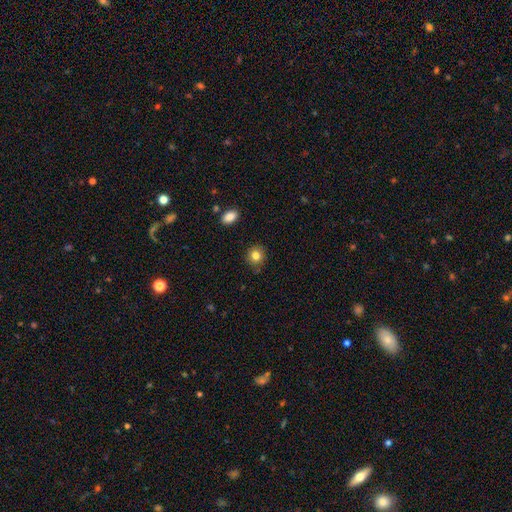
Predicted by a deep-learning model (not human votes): smooth-or-featured: smooth: 82% | star or artifact: 11% | featured or disk: 7%
  how-rounded: round: 84% | in between: 15% | cigar-shaped: 1%
  merging: none: 85% | minor disturbance: 11% | major disturbance: 2% | merger: 2%